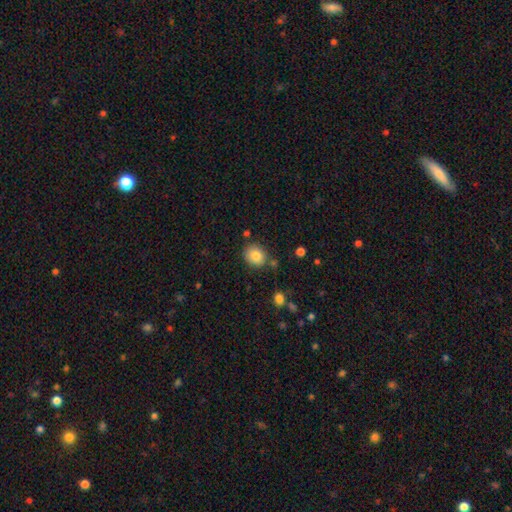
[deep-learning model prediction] smooth 83%, star or artifact 10%, featured or disk 8%. Down the decision tree: how rounded — round (70%); merging — none (80%).